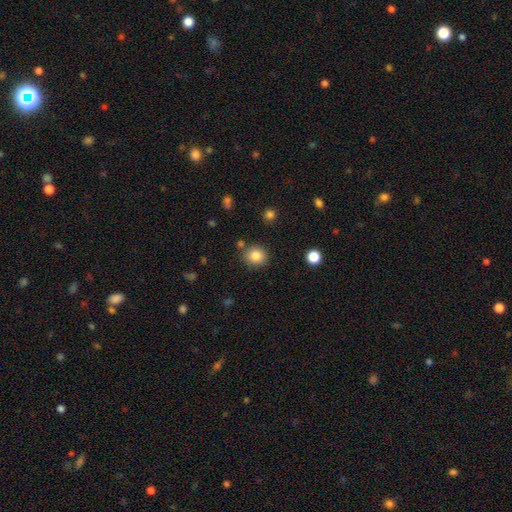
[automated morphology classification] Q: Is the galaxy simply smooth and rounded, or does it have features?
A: smooth — 84%.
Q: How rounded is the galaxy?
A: round — 80%.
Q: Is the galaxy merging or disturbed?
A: none — 83%.